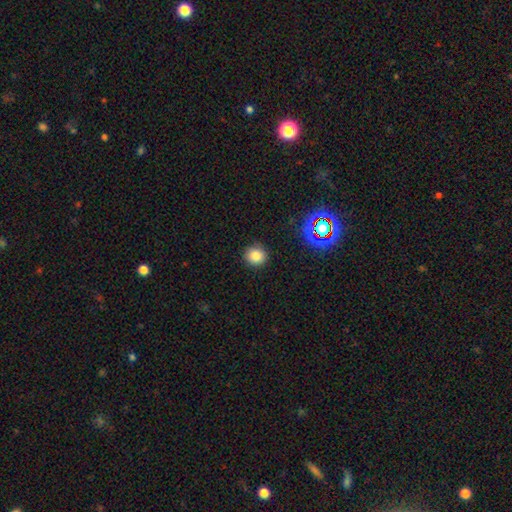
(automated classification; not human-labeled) Smooth or featured? Predicted: smooth (p=0.80). How rounded? Predicted: round (p=0.90). Merging? Predicted: none (p=0.90).